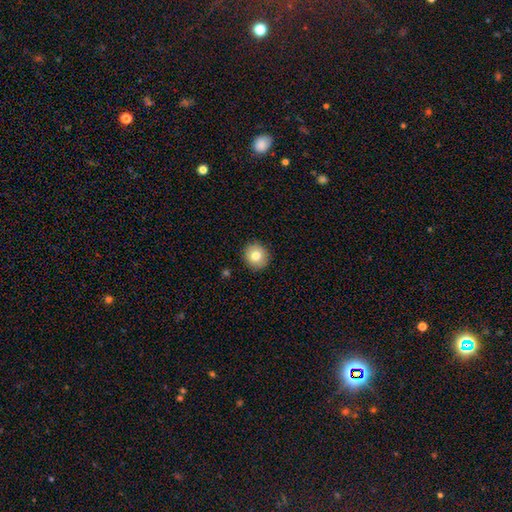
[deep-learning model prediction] Smooth or featured? Predicted: smooth (p=0.80). How rounded? Predicted: round (p=0.89). Merging? Predicted: none (p=0.91).